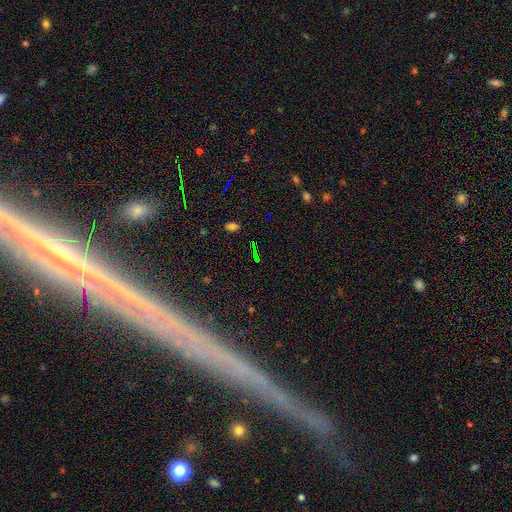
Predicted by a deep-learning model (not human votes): Smooth or featured: star or artifact — 69% (smooth — 19%)